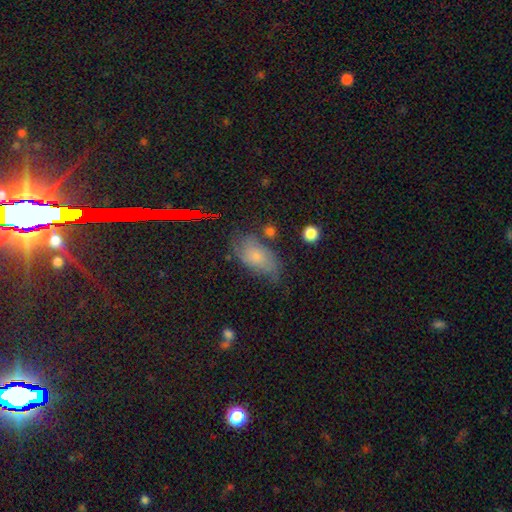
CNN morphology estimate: Overall: smooth (47%; featured or disk 35%). Merging: none (54%; minor disturbance 30%).